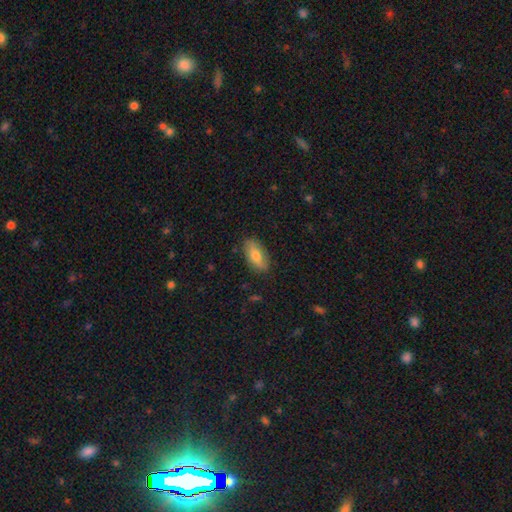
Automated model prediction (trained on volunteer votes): Overall: smooth (70%). How rounded: in between (89%). Merging: none (82%).